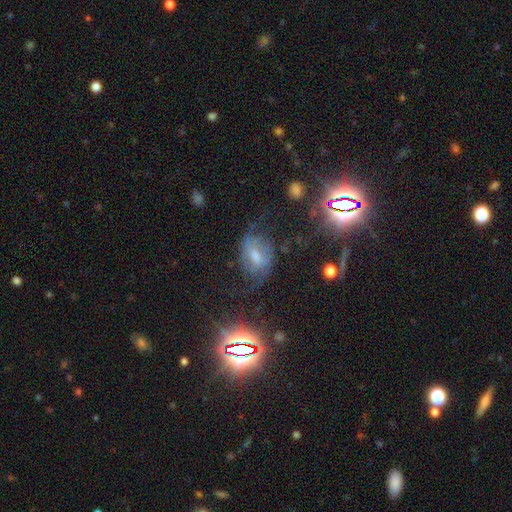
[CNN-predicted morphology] featured or disk 51%, smooth 27%, star or artifact 22%. Down the decision tree: edge-on disk — no (94%); merging — none (47%).